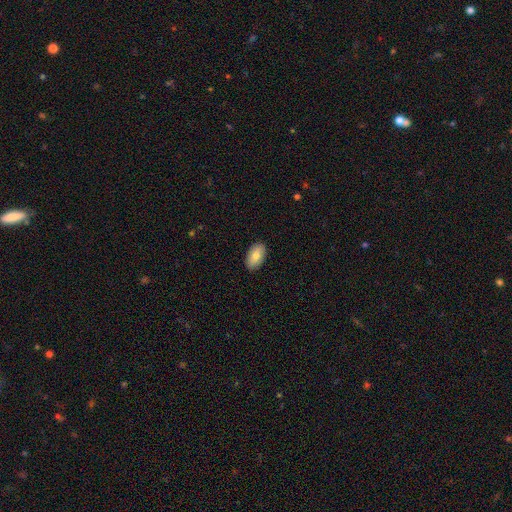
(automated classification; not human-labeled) smooth 80%, featured or disk 14%, star or artifact 6%. Down the decision tree: how rounded — in between (94%); merging — none (89%).